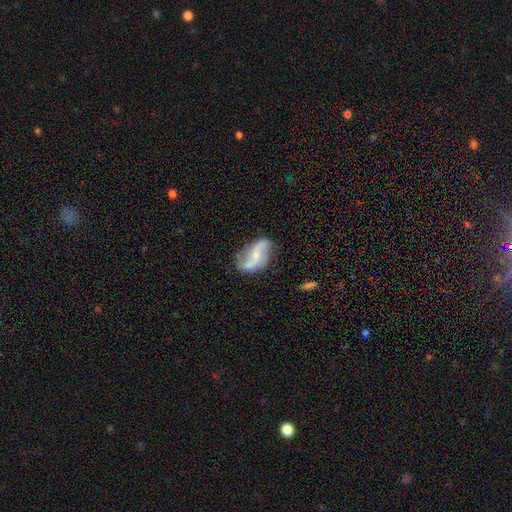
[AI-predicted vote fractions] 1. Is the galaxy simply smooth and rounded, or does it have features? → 79% featured or disk, 15% smooth, 6% star or artifact.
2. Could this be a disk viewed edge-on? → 97% no, 3% yes.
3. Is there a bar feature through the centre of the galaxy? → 40% weak, 35% no, 25% strong.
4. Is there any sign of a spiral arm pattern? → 93% yes, 7% no.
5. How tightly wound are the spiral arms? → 75% loose, 19% medium, 6% tight.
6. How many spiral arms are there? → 91% 2, 3% can't tell, 2% 1, 1% 3, 1% 4, 1% more than 4.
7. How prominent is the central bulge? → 56% small, 24% moderate, 17% none, 2% large, 1% dominant.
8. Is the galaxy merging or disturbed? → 68% none, 20% minor disturbance, 9% major disturbance, 3% merger.